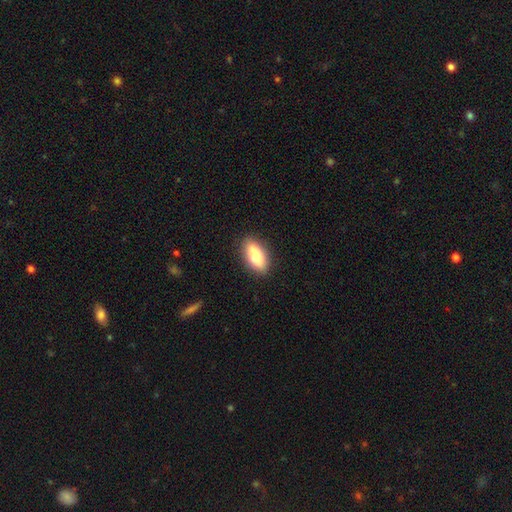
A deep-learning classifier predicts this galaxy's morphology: The model was most divided on "how rounded": in between: 80%, cigar-shaped: 17%, round: 3%. More confident: merging — none (87%); smooth or featured — smooth (85%).